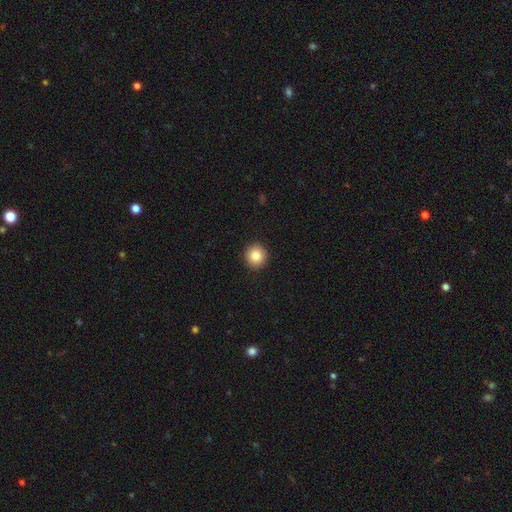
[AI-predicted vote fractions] smooth_or_featured: smooth (p=0.85) [alt: star or artifact p=0.09]
how_rounded: round (p=0.93) [alt: in between p=0.06]
merging: none (p=0.93) [alt: minor disturbance p=0.05]